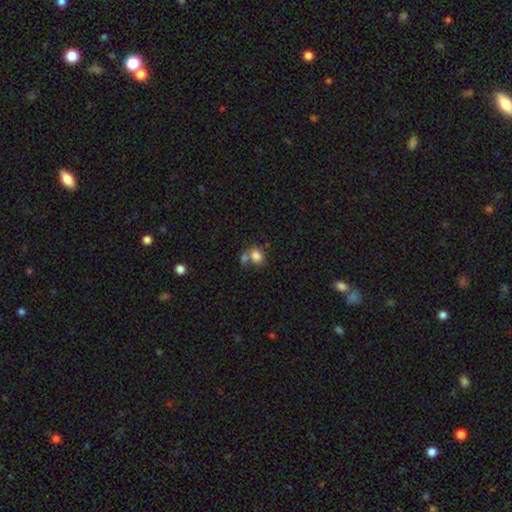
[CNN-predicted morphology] smooth-or-featured: smooth: 81% | star or artifact: 10% | featured or disk: 9%
  how-rounded: round: 62% | in between: 37% | cigar-shaped: 1%
  merging: merger: 41% (tied) | none: 41% (tied) | minor disturbance: 11% | major disturbance: 6%